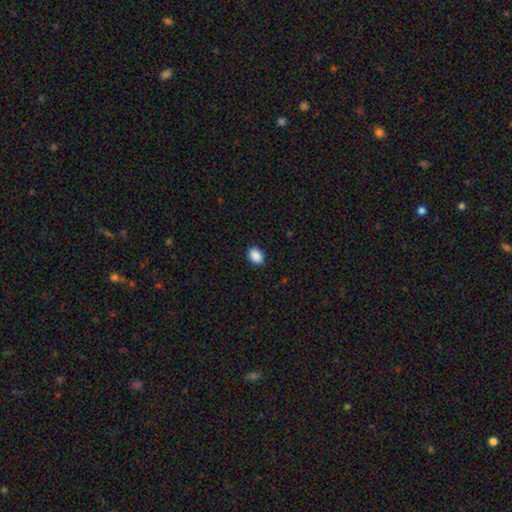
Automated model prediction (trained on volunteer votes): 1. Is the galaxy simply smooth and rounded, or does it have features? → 90% smooth, 8% star or artifact, 2% featured or disk.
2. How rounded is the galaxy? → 80% in between, 19% round, 1% cigar-shaped.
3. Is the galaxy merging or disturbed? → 90% none, 7% minor disturbance, 2% major disturbance, 1% merger.